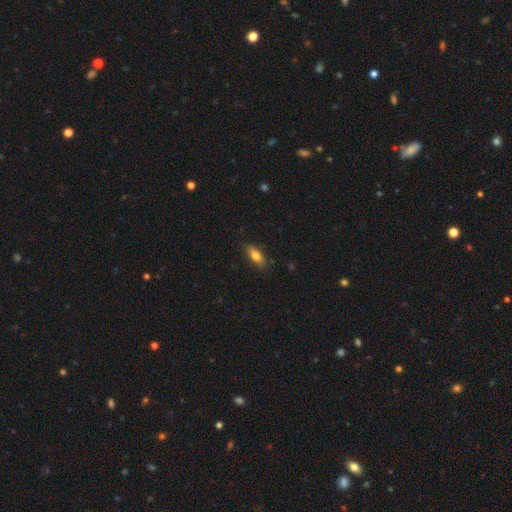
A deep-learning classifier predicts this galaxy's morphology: smooth 74%, featured or disk 19%, star or artifact 7%. Down the decision tree: how rounded — in between (70%); merging — none (85%).